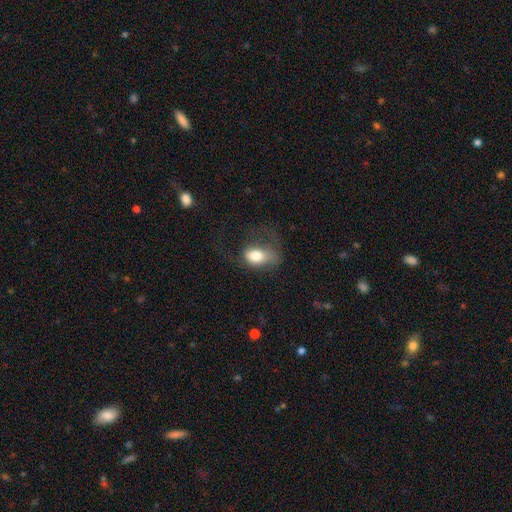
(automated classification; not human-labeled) smooth_or_featured: smooth (p=0.73) [alt: featured or disk p=0.18]
how_rounded: in between (p=0.83) [alt: round p=0.15]
merging: major disturbance (p=0.46) [alt: none p=0.27]